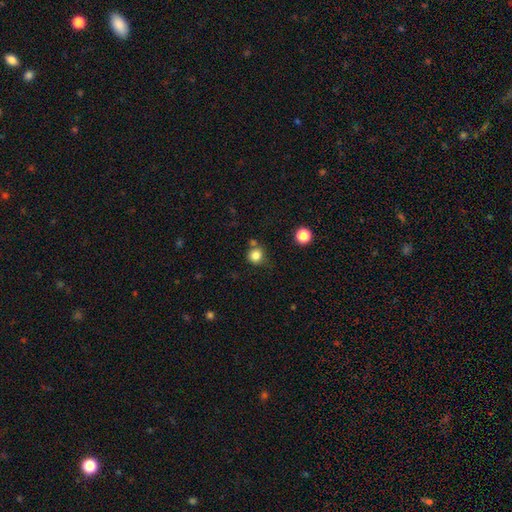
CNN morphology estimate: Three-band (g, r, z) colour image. It shows a smooth galaxy with no disk features (83%) that is round (91%). Merging: none (71%).